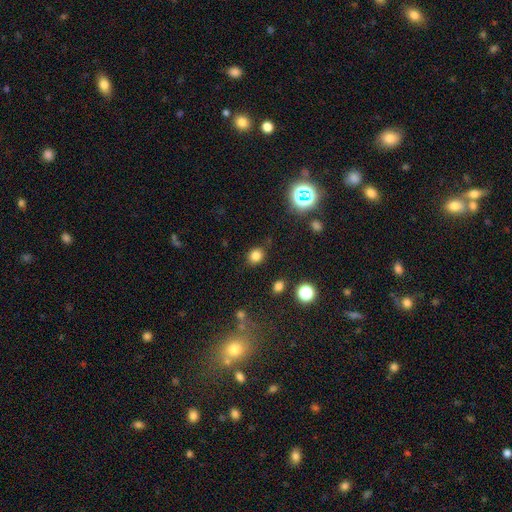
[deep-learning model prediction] smooth_or_featured: smooth (p=0.80) [alt: star or artifact p=0.15]
how_rounded: round (p=0.69) [alt: in between p=0.30]
merging: none (p=0.84) [alt: minor disturbance p=0.10]